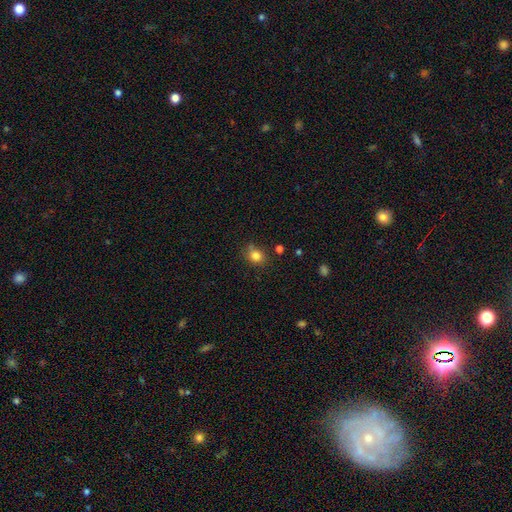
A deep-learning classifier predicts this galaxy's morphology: Q: Smooth or featured?
A: smooth (82%); runner-up: star or artifact (12%)
Q: How rounded?
A: round (64%); runner-up: in between (35%)
Q: Merging?
A: none (70%); runner-up: minor disturbance (20%)